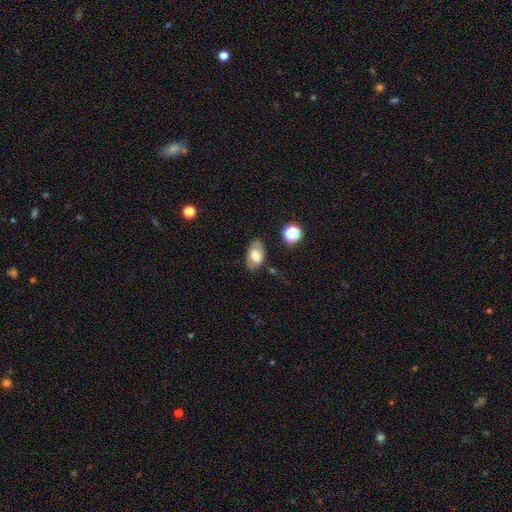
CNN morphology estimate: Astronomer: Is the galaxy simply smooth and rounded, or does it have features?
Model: smooth — 59%.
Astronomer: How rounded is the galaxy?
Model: in between — 90%.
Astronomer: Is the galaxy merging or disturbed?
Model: none — 72%.